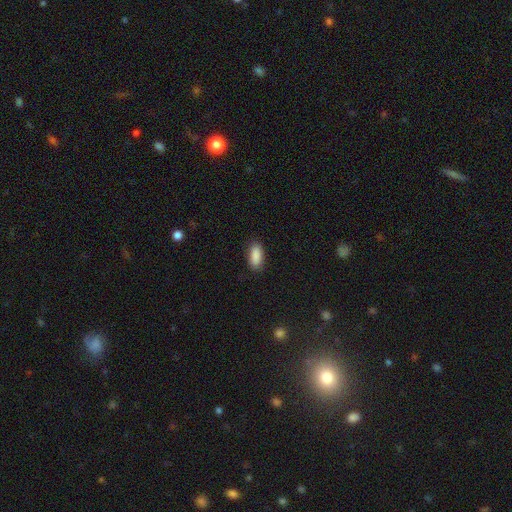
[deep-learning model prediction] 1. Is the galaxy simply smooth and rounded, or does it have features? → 90% smooth, 7% star or artifact, 4% featured or disk.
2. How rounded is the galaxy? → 88% in between, 9% cigar-shaped, 2% round.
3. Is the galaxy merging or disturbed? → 87% none, 10% minor disturbance, 2% major disturbance, 1% merger.